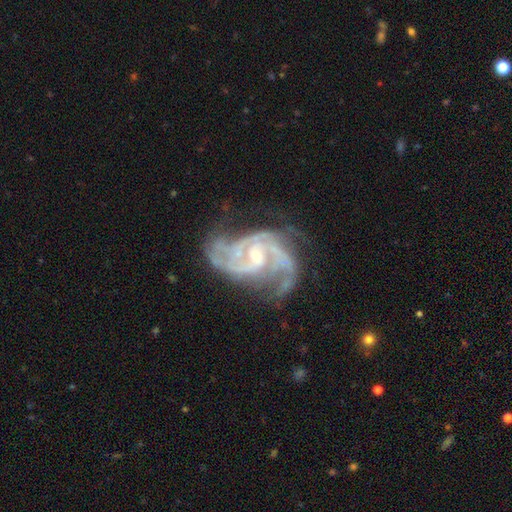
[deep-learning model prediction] A featured or disk galaxy (91%) with a weak bar (45%), 2 (36%) medium (51%) spiral arms (98%) and a small central bulge (58%).

Vote fractions:
- Smooth or featured? featured or disk: 91% / star or artifact: 5% / smooth: 3%
- Edge-on disk? no: 98% / yes: 2%
- Bar? weak: 45% / no: 40% / strong: 15%
- Spiral arms? yes: 98% / no: 2%
- Spiral winding? medium: 51% / tight: 32% / loose: 17%
- Spiral arm count? 2: 36% / 3: 28% / can't tell: 13% / 4: 11% / more than 4: 6% / 1: 6%
- Bulge size? small: 58% / moderate: 37% / none: 2% / large: 1% / dominant: 1%
- Merging? none: 55% / minor disturbance: 22% / major disturbance: 20% / merger: 3%